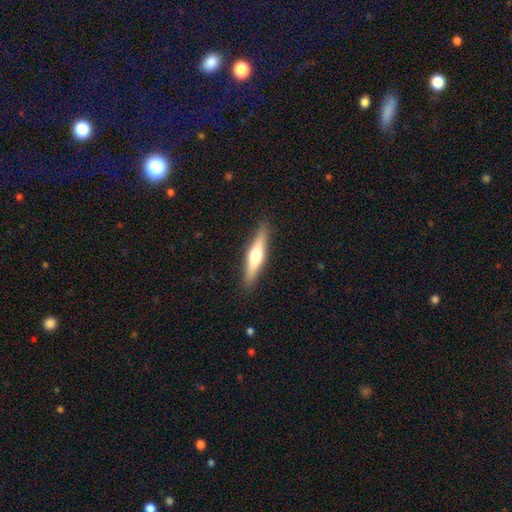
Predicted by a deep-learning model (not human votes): Smooth or featured? featured or disk (51%)
Edge-on disk? yes (94%)
Merging? none (90%)